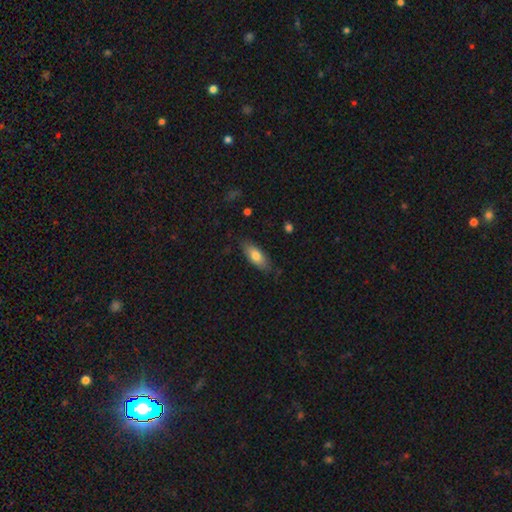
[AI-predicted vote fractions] Smooth or featured? Predicted: smooth (p=0.75). How rounded? Predicted: in between (p=0.78). Merging? Predicted: none (p=0.80).